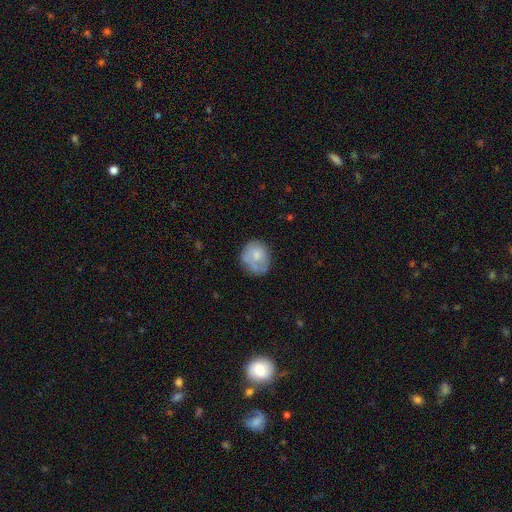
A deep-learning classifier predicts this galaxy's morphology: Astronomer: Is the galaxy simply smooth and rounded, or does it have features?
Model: smooth — 68%.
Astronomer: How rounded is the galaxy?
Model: round — 71%.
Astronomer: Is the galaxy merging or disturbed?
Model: none — 55%.